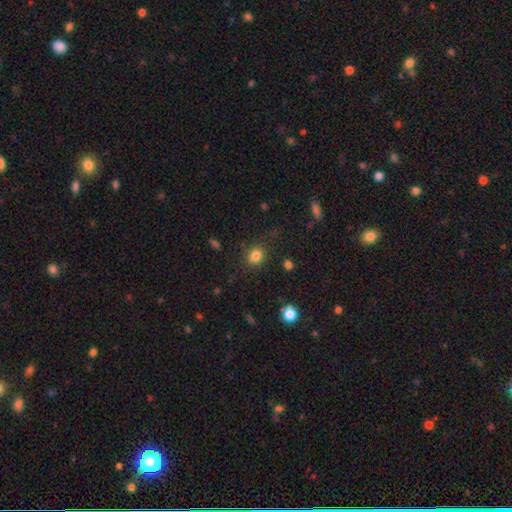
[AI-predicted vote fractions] Smooth or featured: smooth — 83% (star or artifact — 12%)
How rounded: round — 73% (in between — 26%)
Merging: none — 82% (minor disturbance — 12%)